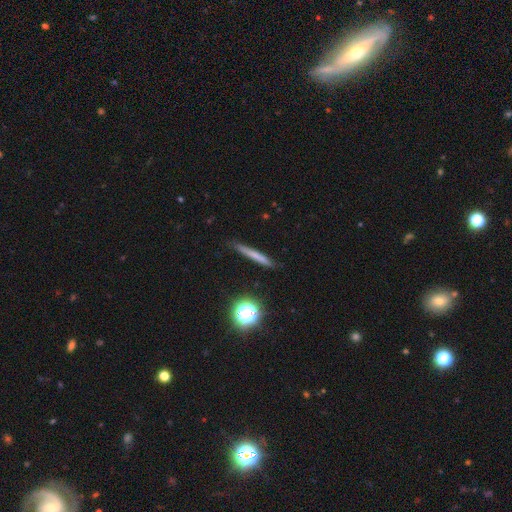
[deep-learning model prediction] smooth_or_featured: smooth (p=0.60) [alt: featured or disk p=0.29]
how_rounded: cigar-shaped (p=0.93) [alt: round p=0.04]
merging: none (p=0.86) [alt: minor disturbance p=0.10]